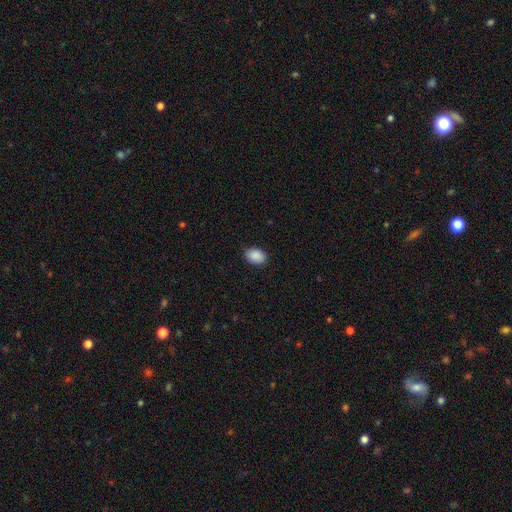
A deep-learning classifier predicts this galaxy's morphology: Overall: smooth (90%). How rounded: in between (79%). Merging: none (86%).